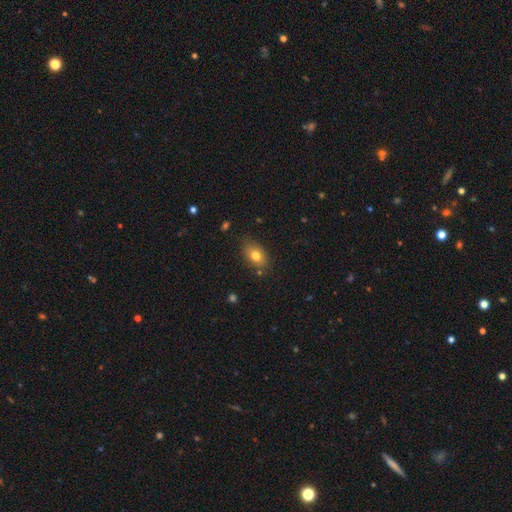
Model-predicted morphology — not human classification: Smooth or featured? Predicted: smooth (p=0.78). How rounded? Predicted: in between (p=0.81). Merging? Predicted: none (p=0.80).